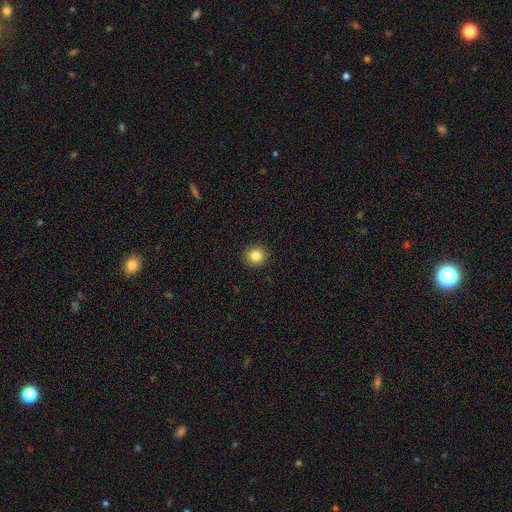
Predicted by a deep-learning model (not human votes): smooth 84%, star or artifact 10%, featured or disk 6%. Down the decision tree: how rounded — round (87%); merging — none (91%).